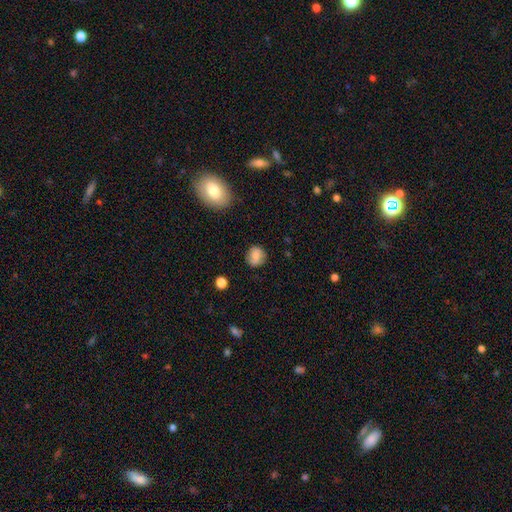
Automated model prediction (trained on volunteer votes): smooth-or-featured: smooth: 78% | featured or disk: 13% | star or artifact: 9%
  how-rounded: round: 80% | in between: 19% | cigar-shaped: 1%
  merging: none: 81% | minor disturbance: 14% | major disturbance: 3% | merger: 2%